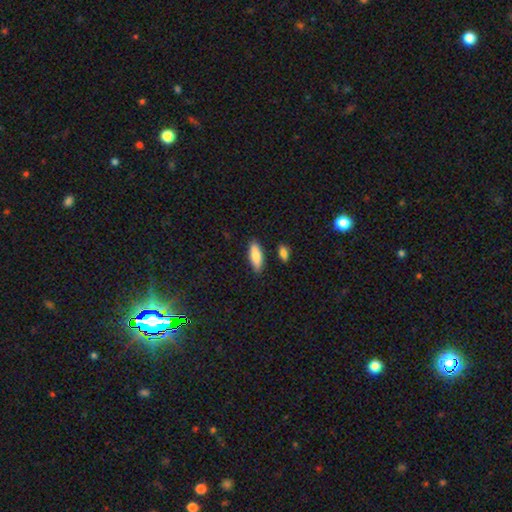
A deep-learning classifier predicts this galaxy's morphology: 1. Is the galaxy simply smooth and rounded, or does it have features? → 85% smooth, 10% featured or disk, 6% star or artifact.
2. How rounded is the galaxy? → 60% in between, 38% cigar-shaped, 2% round.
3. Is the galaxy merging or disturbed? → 86% none, 9% minor disturbance, 3% merger, 2% major disturbance.